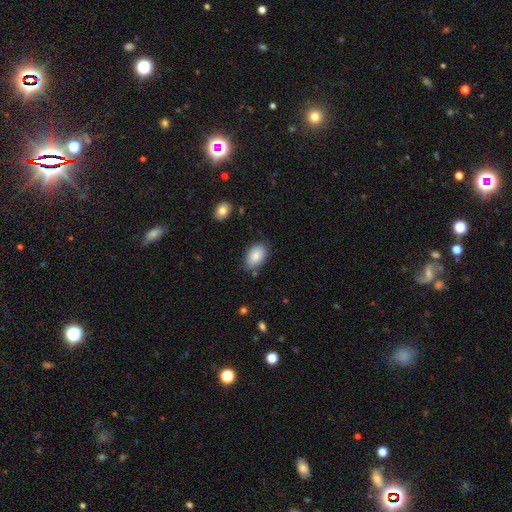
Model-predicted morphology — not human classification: Smooth or featured? Predicted: smooth (p=0.86). How rounded? Predicted: in between (p=0.91). Merging? Predicted: none (p=0.74).